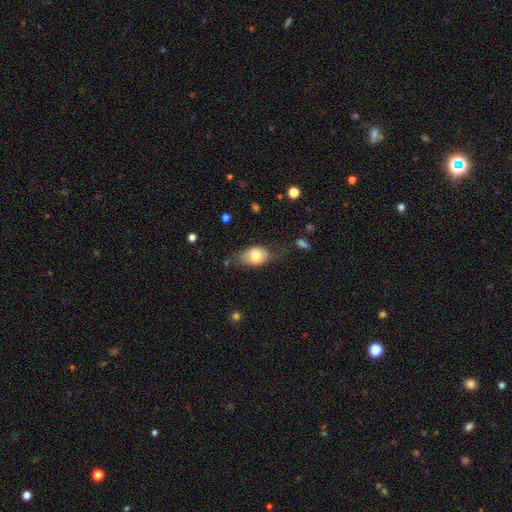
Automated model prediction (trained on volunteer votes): Smooth or featured? smooth (75%)
How rounded? in between (84%)
Merging? none (58%)